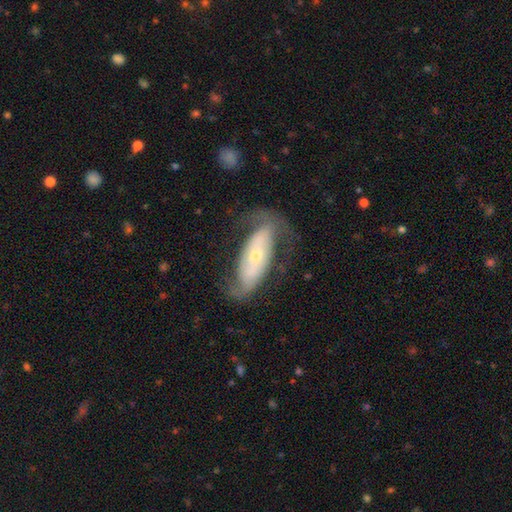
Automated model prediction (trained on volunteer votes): smooth-or-featured: featured or disk: 71% | smooth: 23% | star or artifact: 6%
  disk-edge-on: no: 87% | yes: 13%
    bar: no: 53% | strong: 25% | weak: 23%
    has-spiral-arms: yes: 76% | no: 24%
    bulge-size: small: 56% | moderate: 38% | large: 3% | dominant: 1% | none: 1%
  merging: none: 58% | minor disturbance: 21% | major disturbance: 20% | merger: 2%